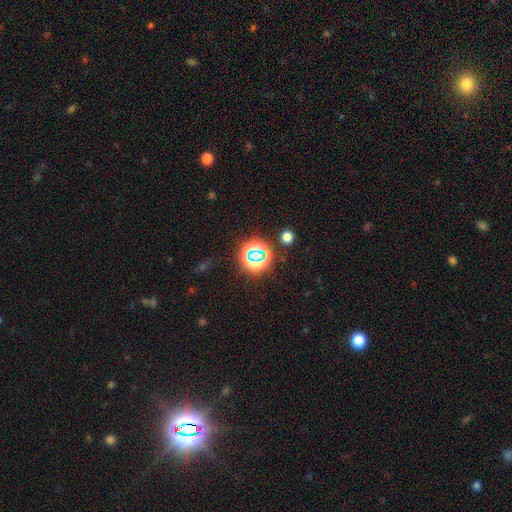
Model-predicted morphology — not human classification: Smooth or featured: star or artifact — 67% (smooth — 23%)